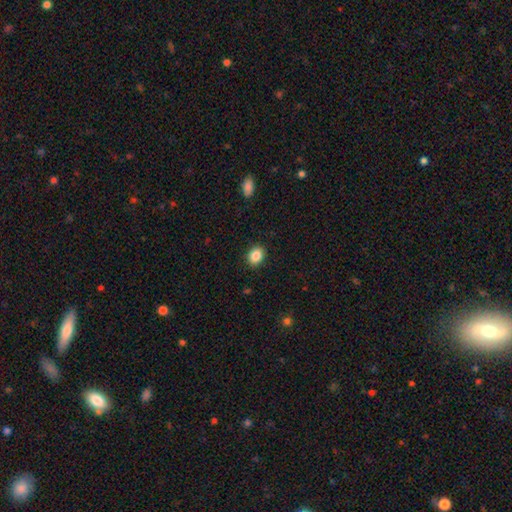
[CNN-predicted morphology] The model was most divided on "how rounded": in between: 55%, round: 44%, cigar-shaped: 1%. More confident: merging — none (90%); smooth or featured — smooth (87%).